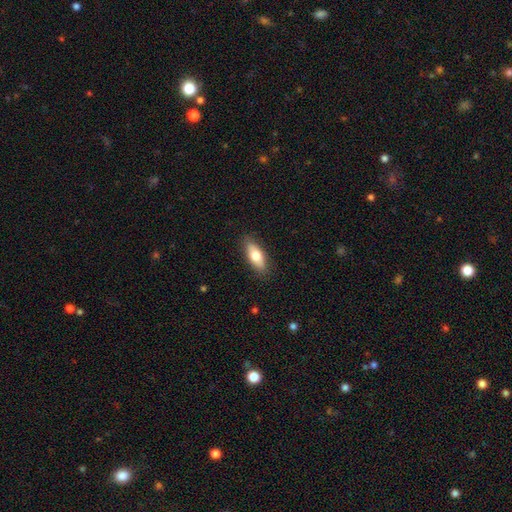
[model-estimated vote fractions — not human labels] Q: Smooth or featured?
A: smooth (72%); runner-up: featured or disk (21%)
Q: How rounded?
A: in between (77%); runner-up: cigar-shaped (20%)
Q: Merging?
A: none (87%); runner-up: minor disturbance (10%)